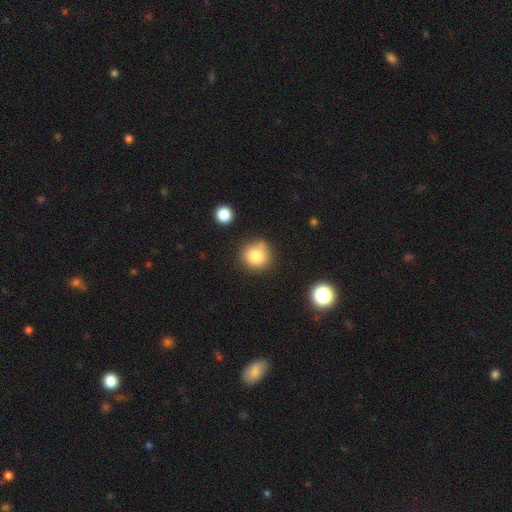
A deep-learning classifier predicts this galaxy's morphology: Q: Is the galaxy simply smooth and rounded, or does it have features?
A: smooth — 83%.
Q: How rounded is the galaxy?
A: round — 90%.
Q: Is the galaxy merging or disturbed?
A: none — 74%.